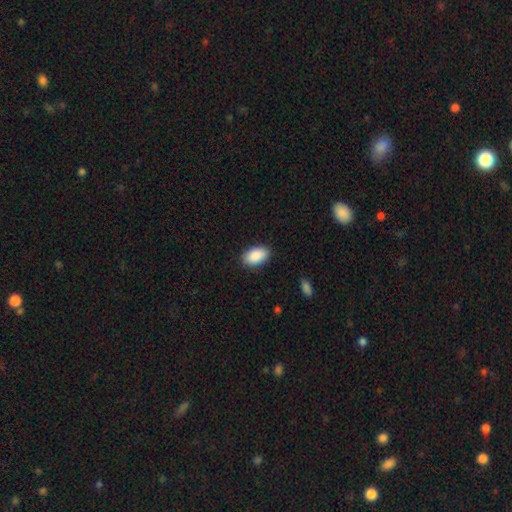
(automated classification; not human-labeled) Q: Smooth or featured?
A: smooth (90%); runner-up: star or artifact (6%)
Q: How rounded?
A: in between (94%); runner-up: round (4%)
Q: Merging?
A: none (88%); runner-up: minor disturbance (9%)